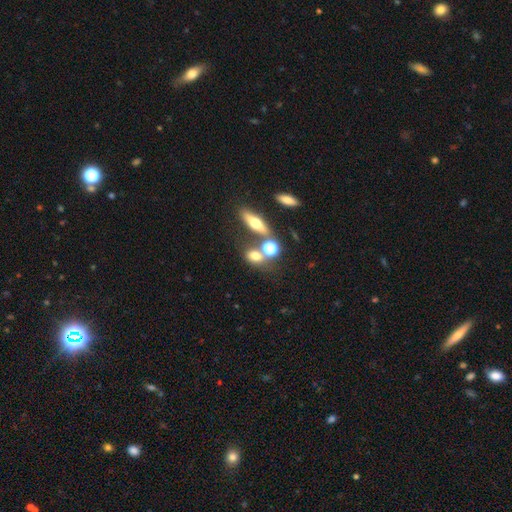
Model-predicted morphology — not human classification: This appears to be a smooth galaxy with no disk features (65%) that is in between round and cigar-shaped (48%). Merging: none (52%).